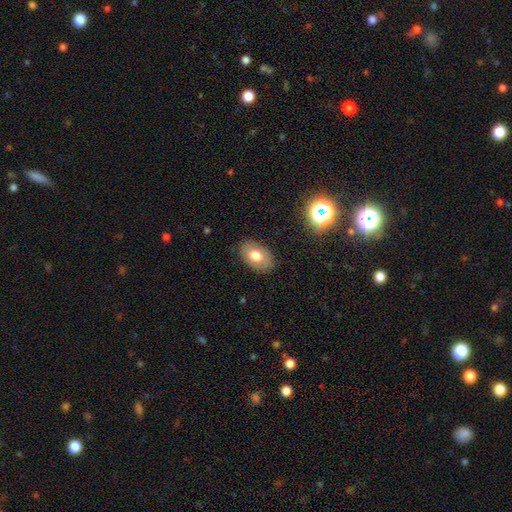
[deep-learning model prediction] Overall: smooth (72%). How rounded: in between (86%). Merging: none (84%).